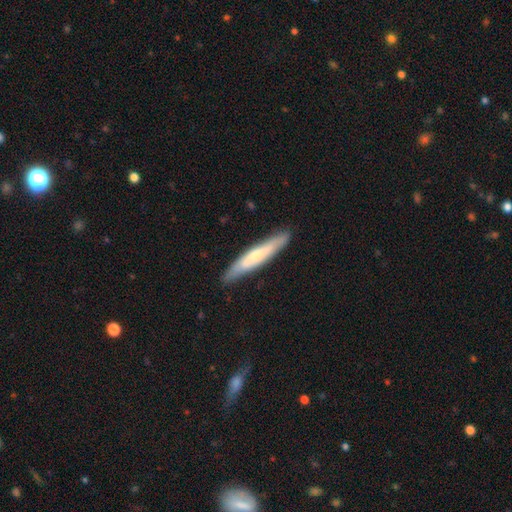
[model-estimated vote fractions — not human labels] Smooth or featured: smooth — 51% (featured or disk — 43%)
How rounded: cigar-shaped — 92% (in between — 7%)
Merging: none — 87% (minor disturbance — 10%)